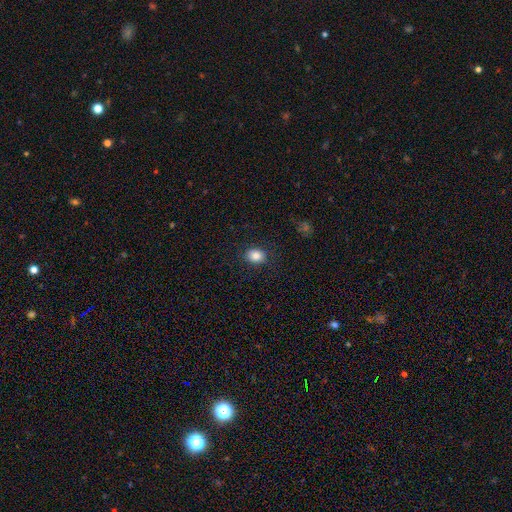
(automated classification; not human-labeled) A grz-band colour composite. It shows a smooth galaxy with no disk features (85%) that is in between round and cigar-shaped (53%). Merging: none (87%).